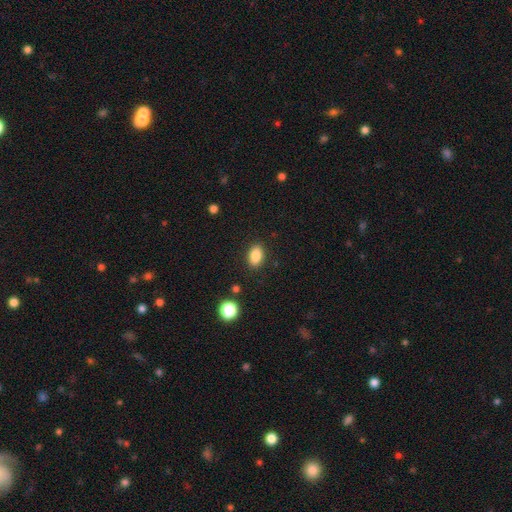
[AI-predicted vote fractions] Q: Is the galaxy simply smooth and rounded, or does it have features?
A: smooth — 86%.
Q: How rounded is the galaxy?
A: in between — 86%.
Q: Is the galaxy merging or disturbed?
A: none — 88%.